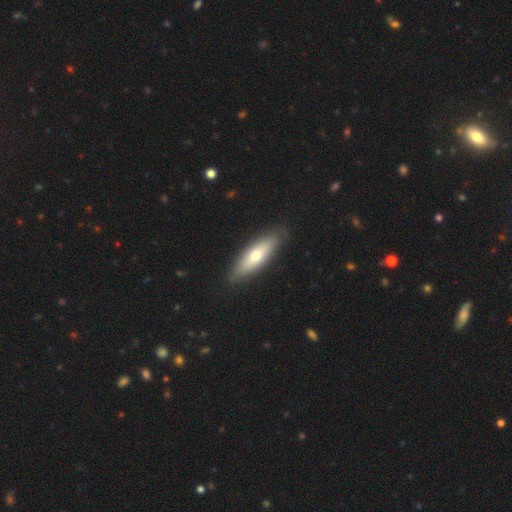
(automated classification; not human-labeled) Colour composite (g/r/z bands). It shows a smooth galaxy with no disk features (61%) that is cigar-shaped (50%). Merging: none (87%).